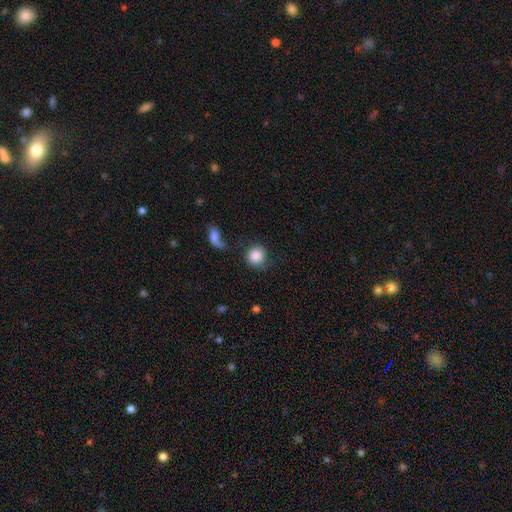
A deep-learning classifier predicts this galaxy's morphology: A smooth galaxy with no disk features (85%) that is round (90%). Merging: none (61%).